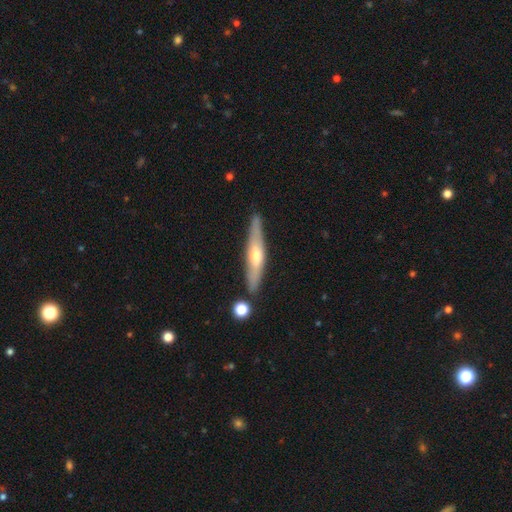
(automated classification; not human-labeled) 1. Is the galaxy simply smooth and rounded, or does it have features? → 60% featured or disk, 34% smooth, 6% star or artifact.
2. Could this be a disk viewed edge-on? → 88% yes, 12% no.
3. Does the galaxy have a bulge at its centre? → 81% rounded, 13% none, 6% boxy.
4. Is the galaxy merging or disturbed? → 83% none, 11% minor disturbance, 4% merger, 2% major disturbance.